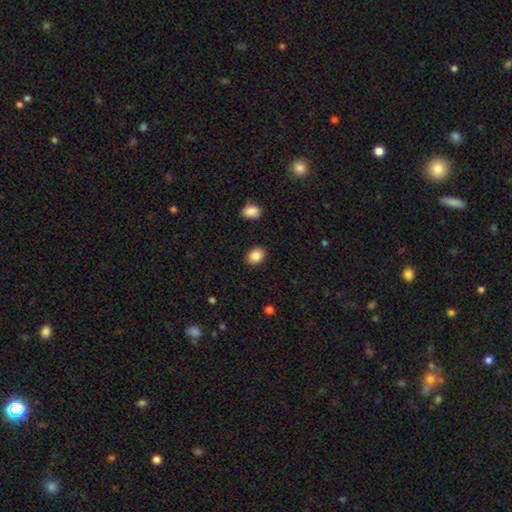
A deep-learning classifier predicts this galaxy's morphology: Smooth or featured? Predicted: smooth (p=0.87). How rounded? Predicted: in between (p=0.53). Merging? Predicted: none (p=0.88).